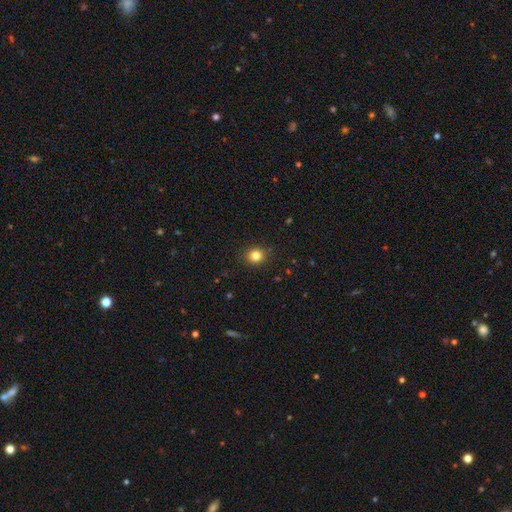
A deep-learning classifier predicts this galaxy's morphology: Smooth or featured?
  - smooth: 83% *
  - star or artifact: 12%
  - featured or disk: 5%
How rounded?
  - round: 86% *
  - in between: 13%
  - cigar-shaped: 1%
Merging?
  - none: 91% *
  - minor disturbance: 6%
  - major disturbance: 2%
  - merger: 1%